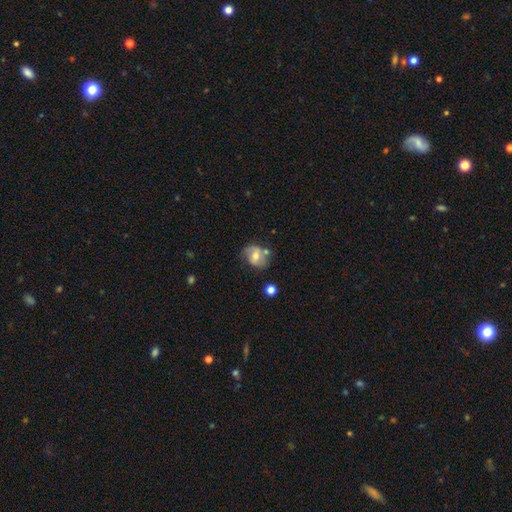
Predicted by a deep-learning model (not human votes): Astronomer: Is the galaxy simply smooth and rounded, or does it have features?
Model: smooth — 46% (runner-up: featured or disk, 45%).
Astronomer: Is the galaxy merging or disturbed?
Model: none — 58%.